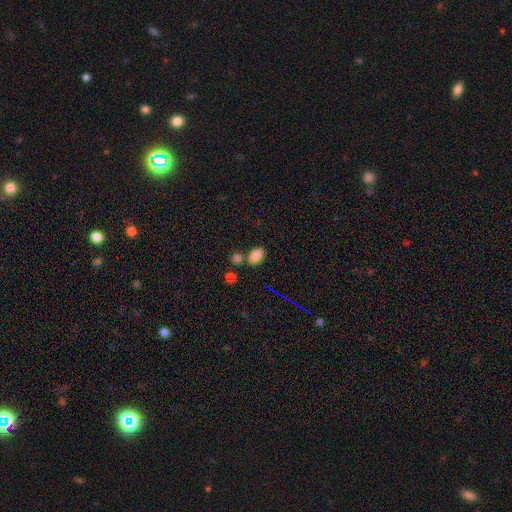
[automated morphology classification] smooth 82%, star or artifact 13%, featured or disk 5%. Down the decision tree: how rounded — in between (81%); merging — none (62%).